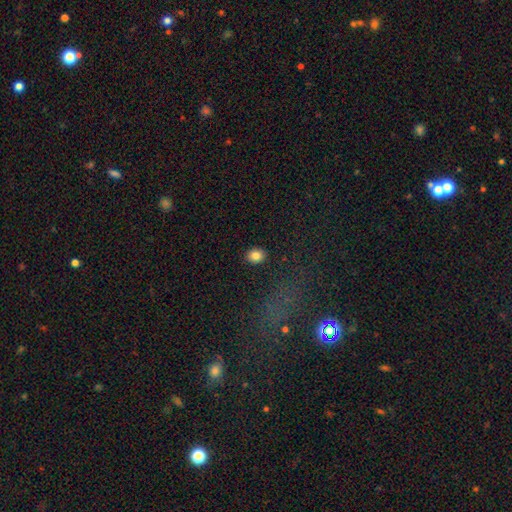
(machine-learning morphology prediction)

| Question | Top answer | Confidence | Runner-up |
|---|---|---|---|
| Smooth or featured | smooth | 83% | star or artifact (10%) |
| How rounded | round | 60% | in between (39%) |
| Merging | none | 90% | minor disturbance (7%) |